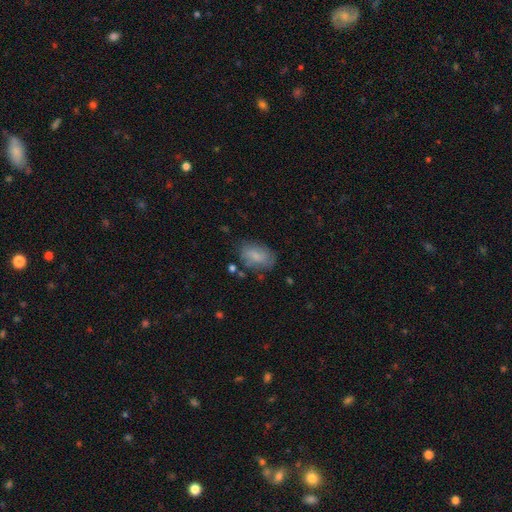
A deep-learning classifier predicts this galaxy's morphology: This appears to be a smooth galaxy with no disk features (67%) that is in between round and cigar-shaped (87%). Merging: none (67%).